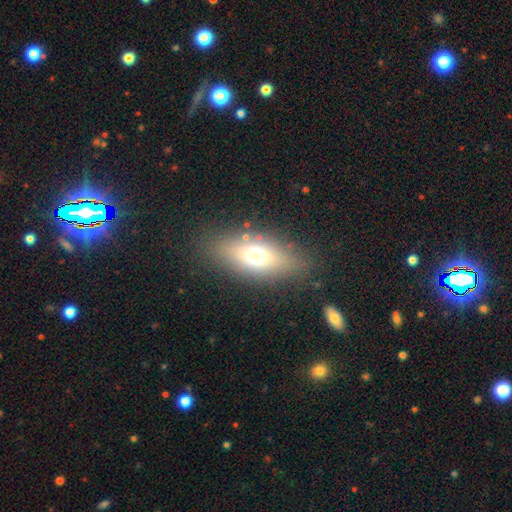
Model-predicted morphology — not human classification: smooth 63%, featured or disk 24%, star or artifact 13%. Down the decision tree: how rounded — in between (76%); merging — none (82%).